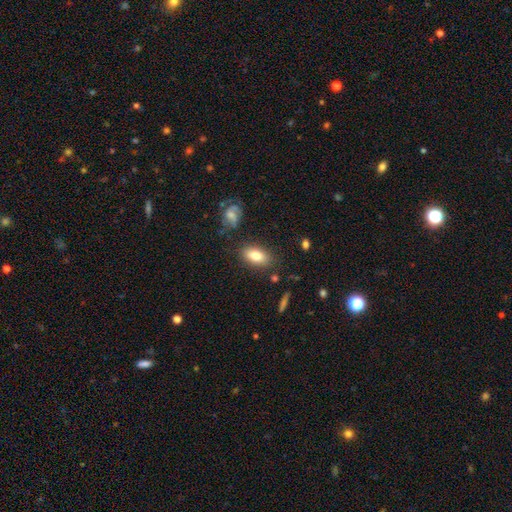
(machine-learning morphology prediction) Smooth or featured? Predicted: smooth (p=0.79). How rounded? Predicted: in between (p=0.88). Merging? Predicted: none (p=0.81).